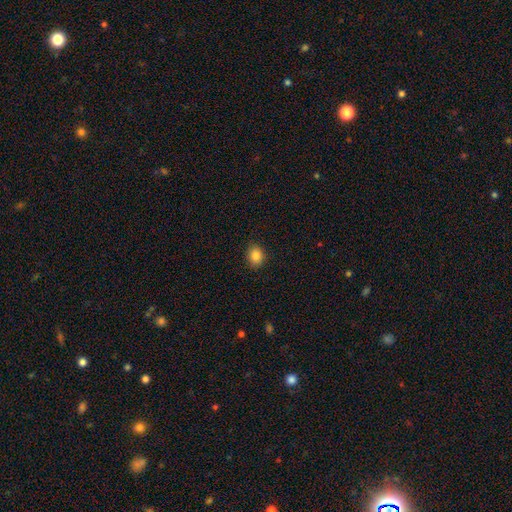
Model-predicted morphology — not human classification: smooth_or_featured: smooth (p=0.85) [alt: star or artifact p=0.10]
how_rounded: round (p=0.56) [alt: in between p=0.43]
merging: none (p=0.87) [alt: minor disturbance p=0.10]